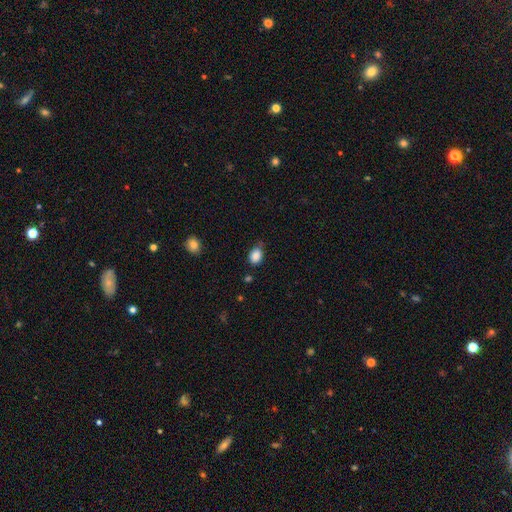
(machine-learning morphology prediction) A smooth galaxy with no disk features (87%) that is in between round and cigar-shaped (77%).

Vote fractions:
- Smooth or featured? smooth: 87% / star or artifact: 9% / featured or disk: 4%
- How rounded? in between: 77% / round: 22% / cigar-shaped: 1%
- Merging? none: 68% / minor disturbance: 25% / major disturbance: 5% / merger: 3%